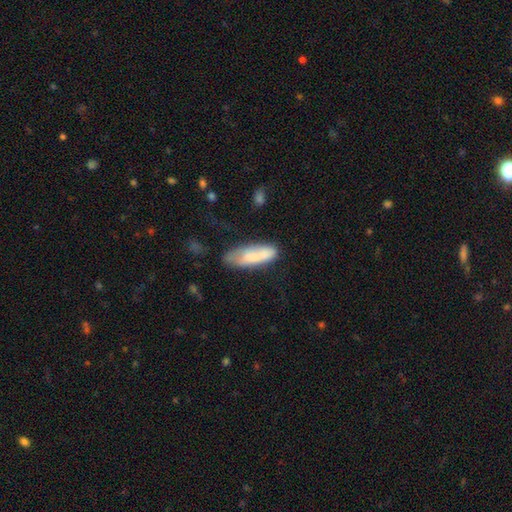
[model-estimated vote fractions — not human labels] Smooth or featured?
  - smooth: 73% *
  - featured or disk: 20%
  - star or artifact: 7%
How rounded?
  - in between: 50% *
  - cigar-shaped: 48%
  - round: 2%
Merging?
  - none: 55% *
  - minor disturbance: 28%
  - major disturbance: 11%
  - merger: 6%